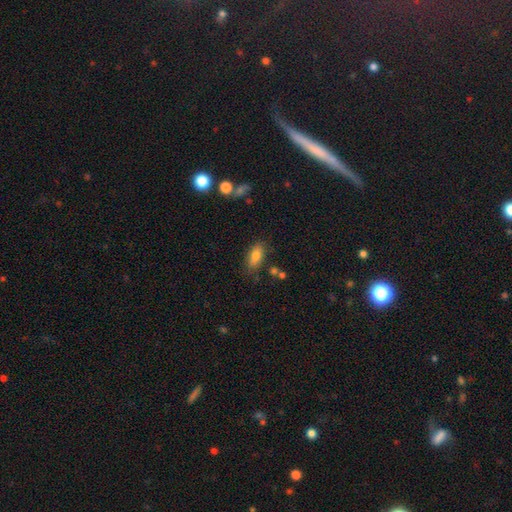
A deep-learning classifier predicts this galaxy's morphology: This appears to be a smooth galaxy with no disk features (80%) that is in between round and cigar-shaped (85%). Merging: none (78%).